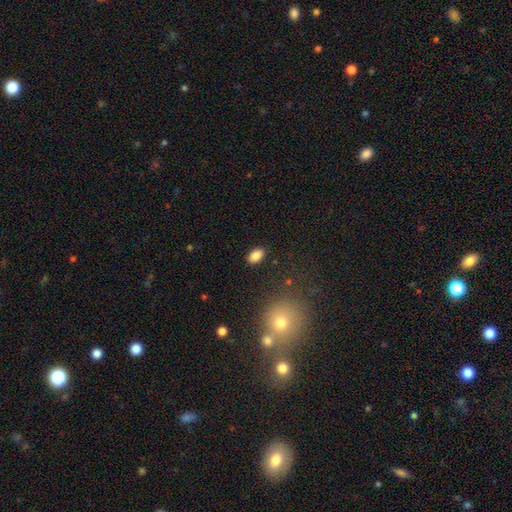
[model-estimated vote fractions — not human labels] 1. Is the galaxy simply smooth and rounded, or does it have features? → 85% smooth, 9% star or artifact, 6% featured or disk.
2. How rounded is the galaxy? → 91% in between, 7% round, 2% cigar-shaped.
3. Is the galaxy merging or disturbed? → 87% none, 9% minor disturbance, 2% major disturbance, 1% merger.